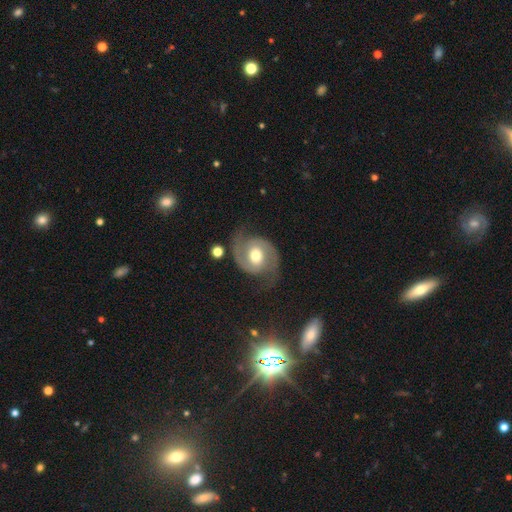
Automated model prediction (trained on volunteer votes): This is clearly a featured or disk galaxy (87%). It is clearly not viewed edge-on (98%). Bar: possibly no (58%). Spiral arm pattern: clearly yes (96%). Spiral arm count: clearly 2 (93%). Spiral winding: possibly medium (56%). Central bulge: likely moderate (75%). Merging: likely none (74%).